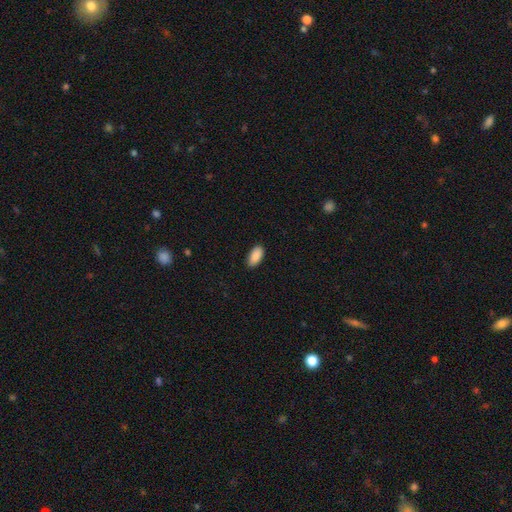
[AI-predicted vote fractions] smooth_or_featured: smooth (p=0.90) [alt: star or artifact p=0.06]
how_rounded: in between (p=0.94) [alt: cigar-shaped p=0.04]
merging: none (p=0.89) [alt: minor disturbance p=0.08]